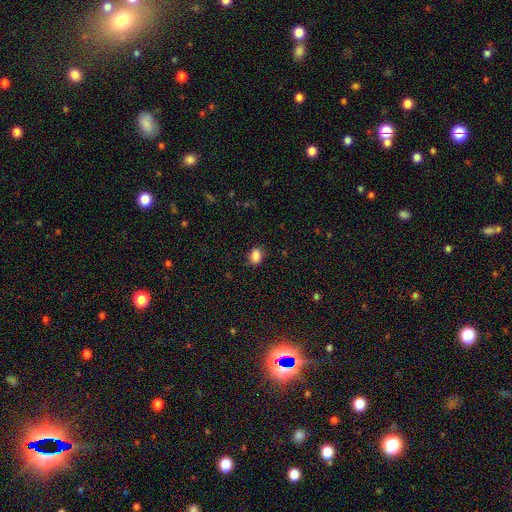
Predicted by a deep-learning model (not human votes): smooth 87%, star or artifact 9%, featured or disk 4%. Down the decision tree: how rounded — in between (76%); merging — none (83%).